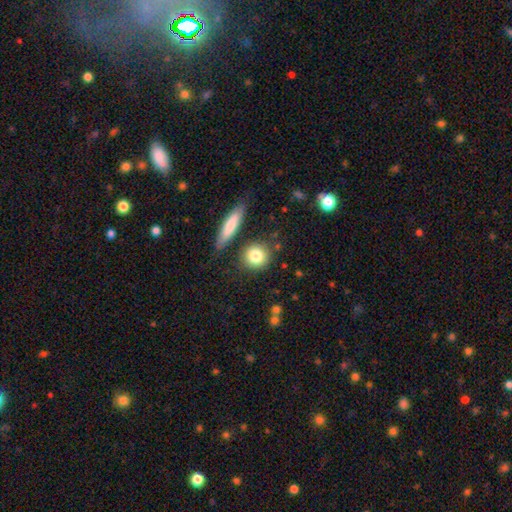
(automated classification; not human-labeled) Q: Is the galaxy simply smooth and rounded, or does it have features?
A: smooth — 82%.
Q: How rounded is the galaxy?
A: round — 81%.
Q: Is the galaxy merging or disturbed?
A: none — 79%.